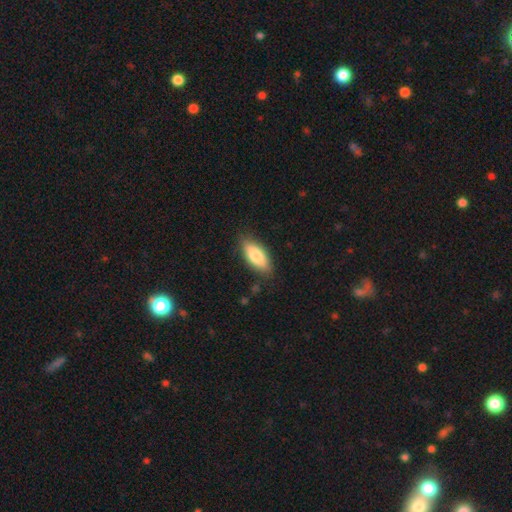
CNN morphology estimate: This is likely a smooth galaxy (79%). How rounded: clearly in between (81%). Merging: clearly none (84%).